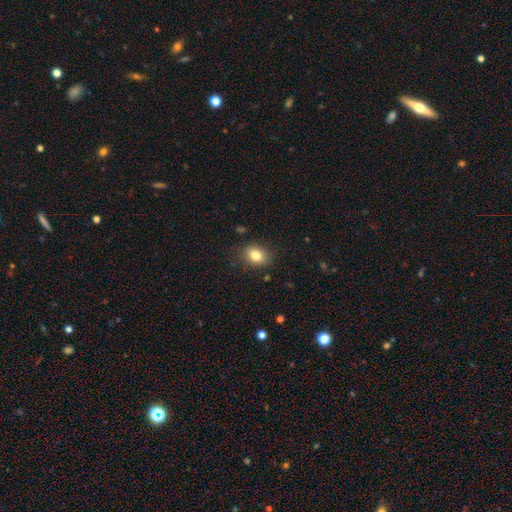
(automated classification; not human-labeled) smooth_or_featured: smooth (p=0.81) [alt: star or artifact p=0.10]
how_rounded: in between (p=0.68) [alt: round p=0.31]
merging: none (p=0.83) [alt: minor disturbance p=0.12]